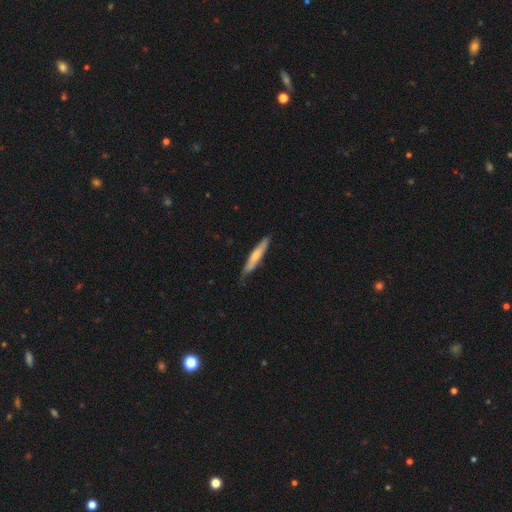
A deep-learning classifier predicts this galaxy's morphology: This appears to be a smooth galaxy with no disk features (58%) that is cigar-shaped (90%). Merging: none (73%).